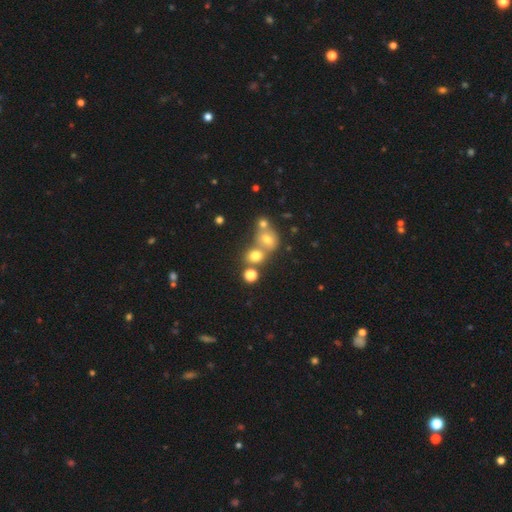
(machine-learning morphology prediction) This is likely a smooth galaxy (69%). How rounded: likely round (69%). Merging: possibly none (46%).